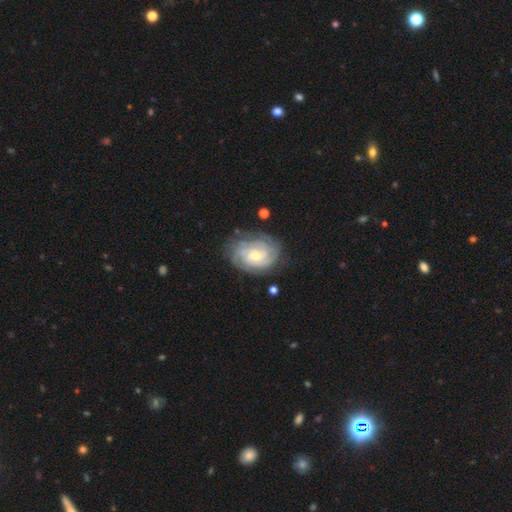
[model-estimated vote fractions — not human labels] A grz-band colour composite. It shows a featured or disk galaxy (84%) with no bar (66%), tight (73%) spiral arms (95%) and a small central bulge (52%). Merging: none (74%).